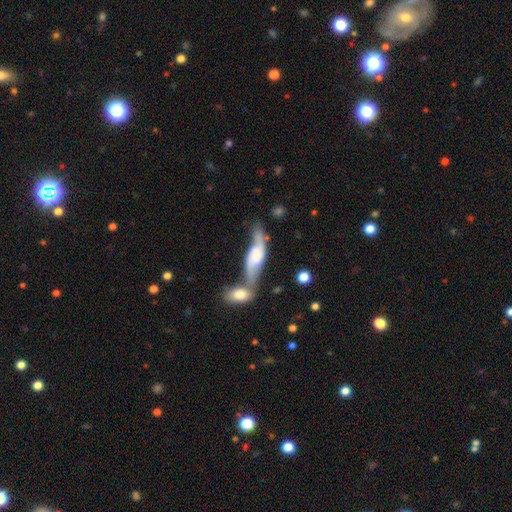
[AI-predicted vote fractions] Morphology: type=featured or disk (64%); edge-on=no (63%); merging=merger (41%).